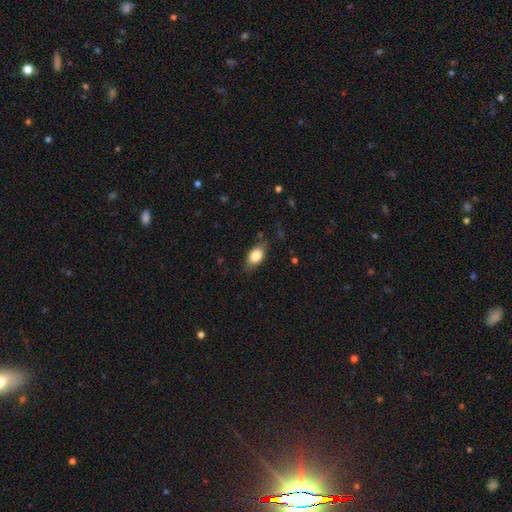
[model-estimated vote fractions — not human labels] Smooth or featured: smooth — 81% (featured or disk — 12%)
How rounded: in between — 87% (round — 8%)
Merging: none — 75% (minor disturbance — 19%)